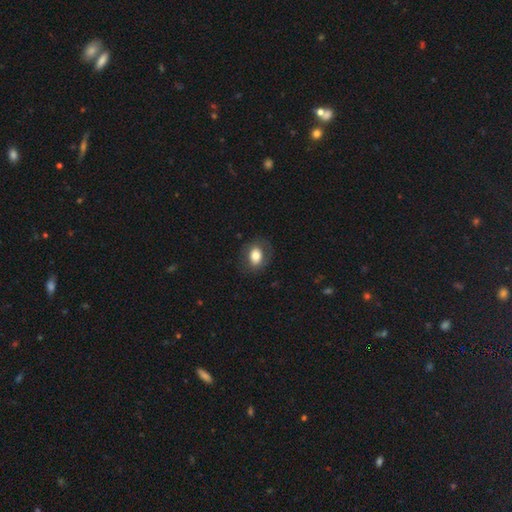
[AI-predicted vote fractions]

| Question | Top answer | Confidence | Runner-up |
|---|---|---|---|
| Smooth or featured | smooth | 75% | featured or disk (17%) |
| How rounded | in between | 65% | round (34%) |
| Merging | none | 80% | minor disturbance (13%) |